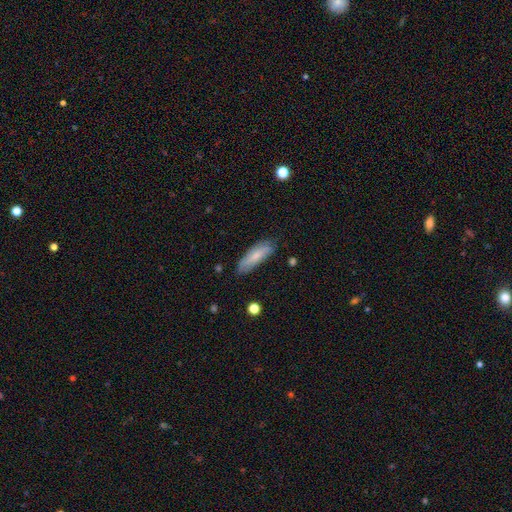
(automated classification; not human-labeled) This appears to be a smooth galaxy with no disk features (72%) that is in between round and cigar-shaped (49%, tied with cigar-shaped). Merging: none (76%).